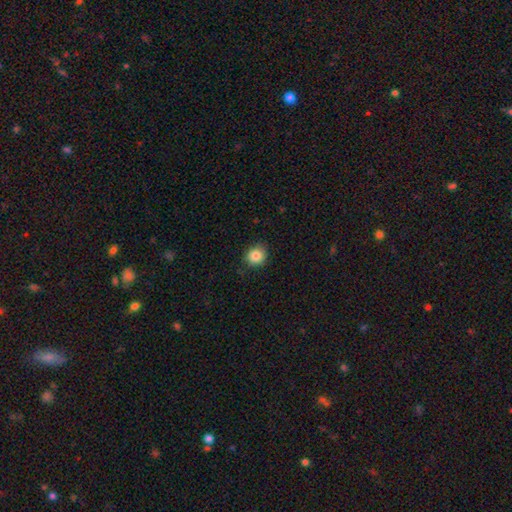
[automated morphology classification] smooth 85%, star or artifact 10%, featured or disk 5%. Down the decision tree: how rounded — round (81%); merging — none (84%).